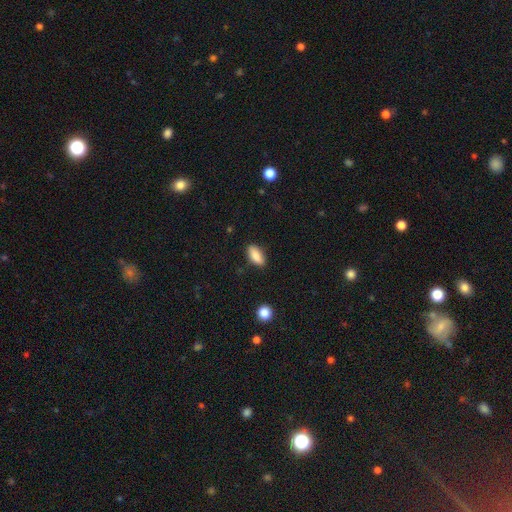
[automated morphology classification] This appears to be a smooth galaxy with no disk features (88%) that is in between round and cigar-shaped (87%). Merging: none (86%).